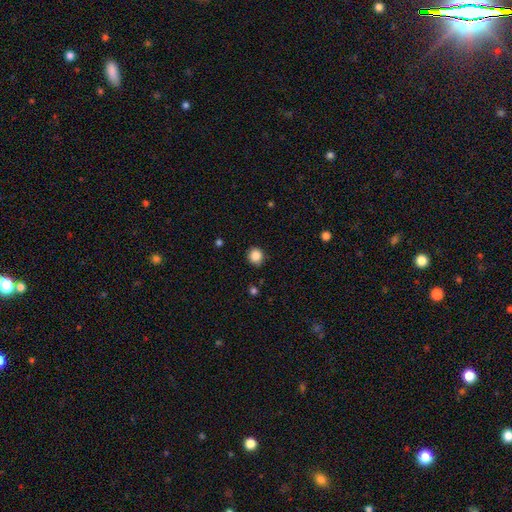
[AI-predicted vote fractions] Q: Smooth or featured?
A: smooth (86%); runner-up: star or artifact (10%)
Q: How rounded?
A: round (91%); runner-up: in between (8%)
Q: Merging?
A: none (88%); runner-up: minor disturbance (9%)